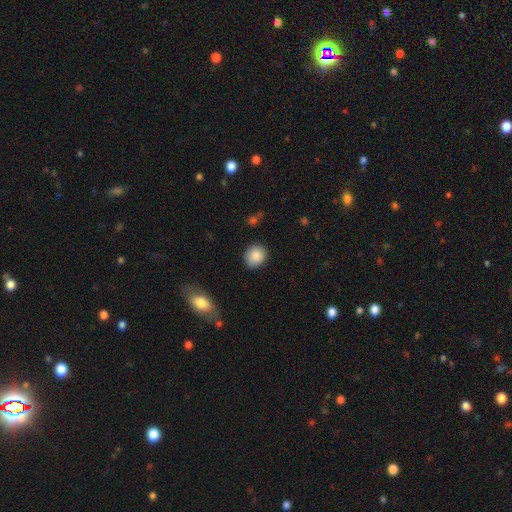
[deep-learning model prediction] The model was most divided on "how rounded": round: 75%, in between: 24%, cigar-shaped: 1%. More confident: smooth or featured — smooth (88%); merging — none (85%).